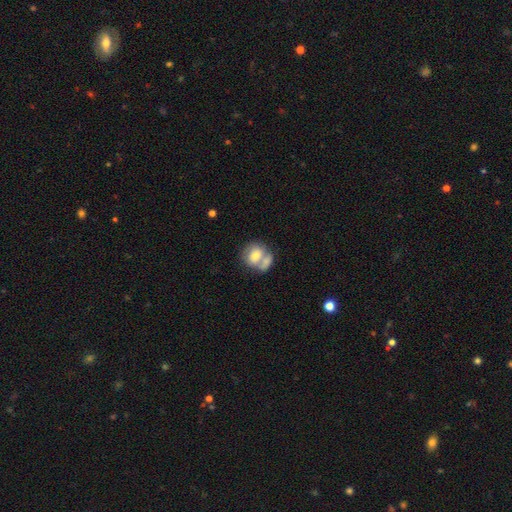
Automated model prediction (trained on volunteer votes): A smooth galaxy with no disk features (64%) that is round (67%). Merging: merger (56%).